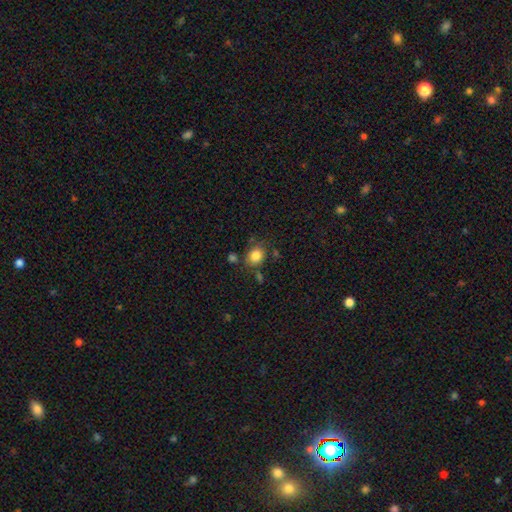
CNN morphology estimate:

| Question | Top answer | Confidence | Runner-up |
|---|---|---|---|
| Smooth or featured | smooth | 83% | star or artifact (10%) |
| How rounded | round | 72% | in between (27%) |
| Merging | none | 73% | minor disturbance (15%) |